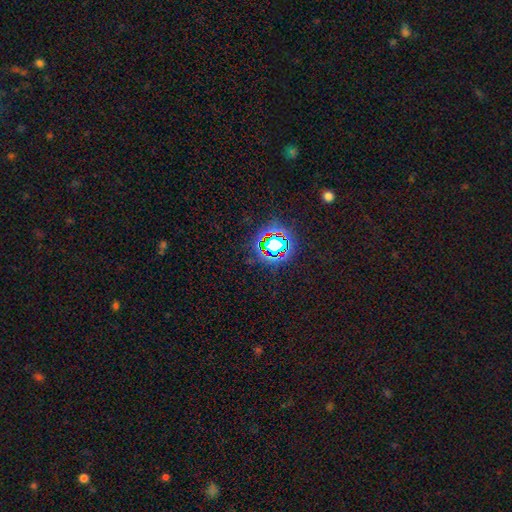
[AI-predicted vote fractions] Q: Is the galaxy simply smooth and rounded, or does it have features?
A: star or artifact — 79%.